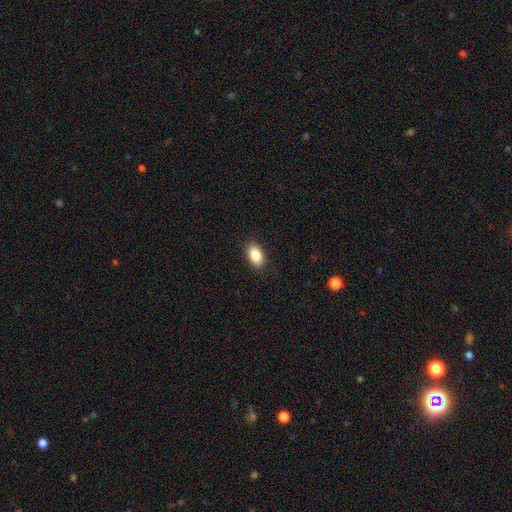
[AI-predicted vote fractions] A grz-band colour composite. It shows a smooth galaxy with no disk features (88%) that is in between round and cigar-shaped (93%). Merging: none (89%).